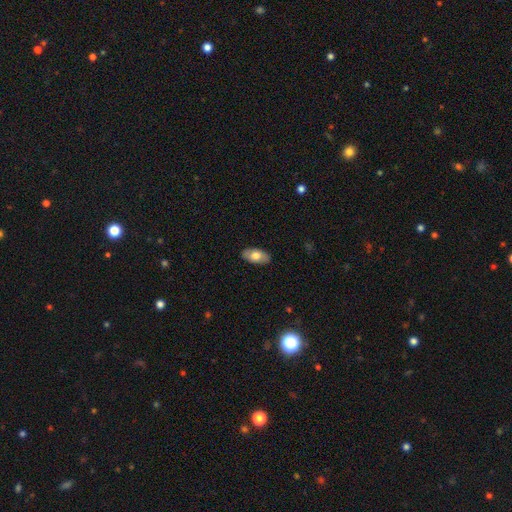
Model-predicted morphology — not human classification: This is likely a smooth galaxy (70%). How rounded: clearly in between (93%). Merging: clearly none (88%).